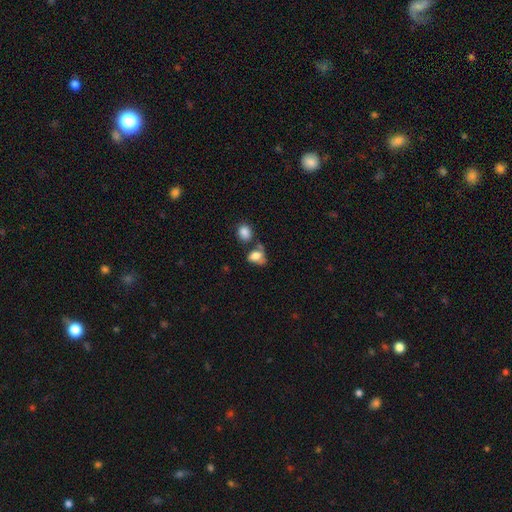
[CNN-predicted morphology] A smooth galaxy with no disk features (74%) that is in between round and cigar-shaped (71%). Merging: none (34%).